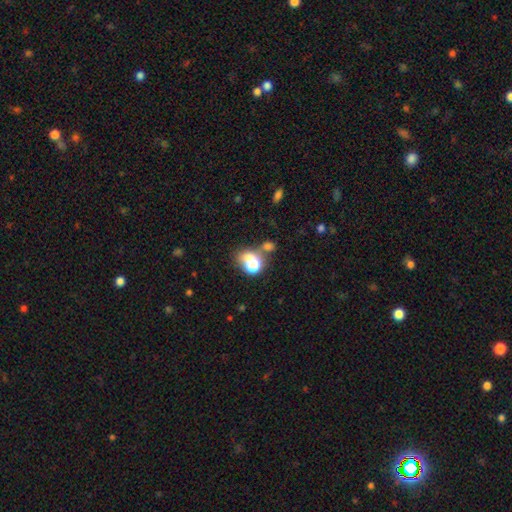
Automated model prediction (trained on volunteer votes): smooth_or_featured: smooth (p=0.62) [alt: star or artifact p=0.27]
how_rounded: in between (p=0.55) [alt: round p=0.42]
merging: none (p=0.68) [alt: merger p=0.14]